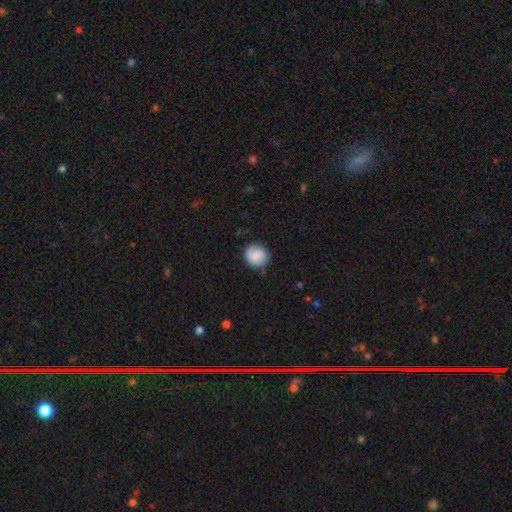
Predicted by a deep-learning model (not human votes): Smooth or featured? Predicted: smooth (p=0.66). How rounded? Predicted: round (p=0.83). Merging? Predicted: none (p=0.80).